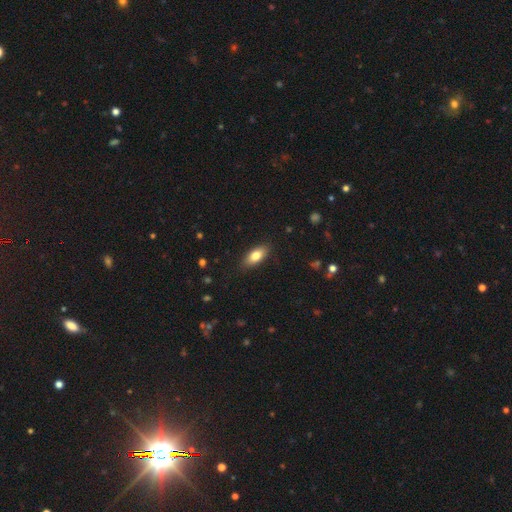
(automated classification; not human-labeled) Smooth or featured? smooth (79%)
How rounded? in between (83%)
Merging? none (86%)